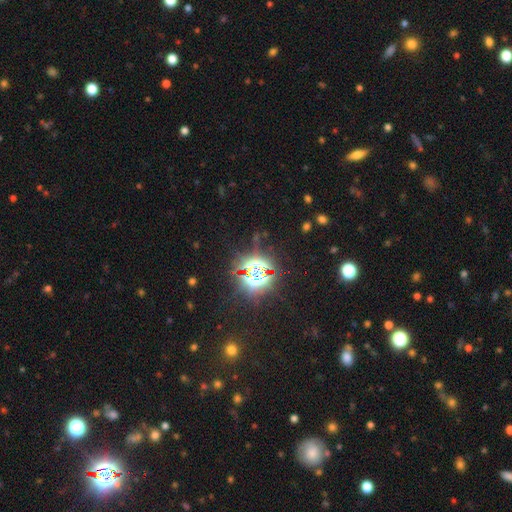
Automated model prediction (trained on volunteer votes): A star or artifact, not a galaxy (78%).

Vote fractions:
- Smooth or featured? star or artifact: 78% / smooth: 16% / featured or disk: 7%